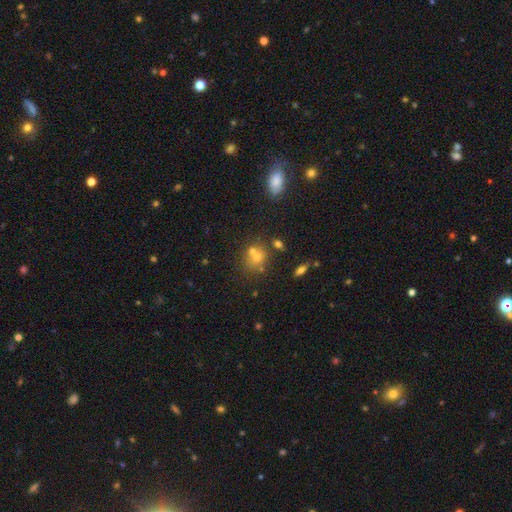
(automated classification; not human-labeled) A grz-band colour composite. It shows a smooth galaxy with no disk features (62%) that is round (71%). Merging: none (50%).